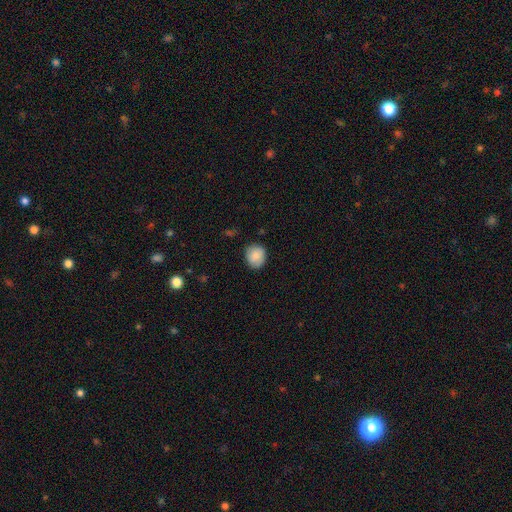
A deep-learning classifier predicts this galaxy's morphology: Smooth or featured? smooth (87%)
How rounded? round (72%)
Merging? none (82%)